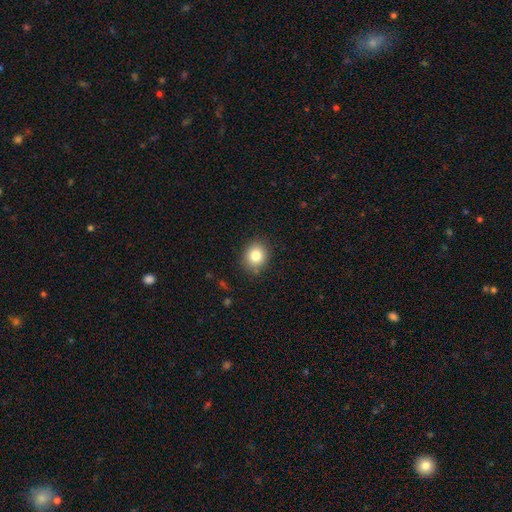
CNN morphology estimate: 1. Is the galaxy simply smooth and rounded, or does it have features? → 81% smooth, 11% star or artifact, 8% featured or disk.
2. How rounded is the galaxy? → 75% round, 24% in between, 1% cigar-shaped.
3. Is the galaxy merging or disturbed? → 87% none, 9% minor disturbance, 2% major disturbance, 1% merger.